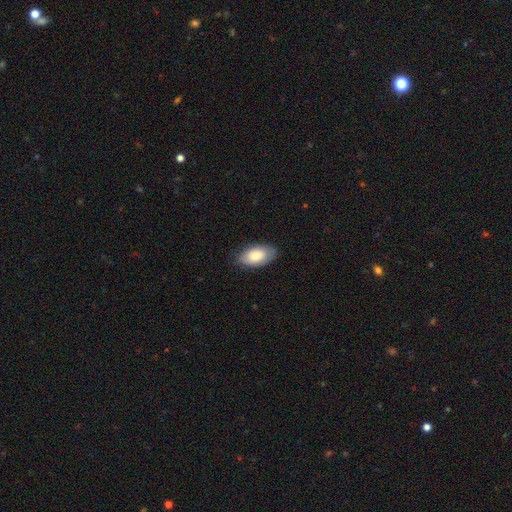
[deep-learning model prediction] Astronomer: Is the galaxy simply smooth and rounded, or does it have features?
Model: smooth — 77%.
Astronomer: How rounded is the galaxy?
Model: in between — 94%.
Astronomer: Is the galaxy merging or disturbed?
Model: none — 79%.